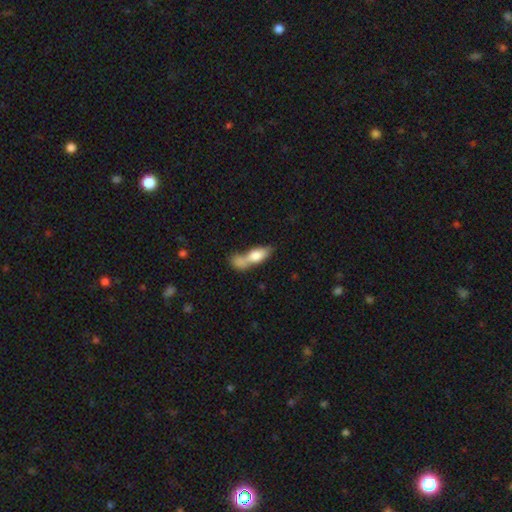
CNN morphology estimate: A smooth galaxy with no disk features (70%) that is in between round and cigar-shaped (65%).

Vote fractions:
- Smooth or featured? smooth: 70% / featured or disk: 23% / star or artifact: 7%
- How rounded? in between: 65% / cigar-shaped: 29% / round: 6%
- Merging? merger: 57% / none: 24% / minor disturbance: 12% / major disturbance: 8%